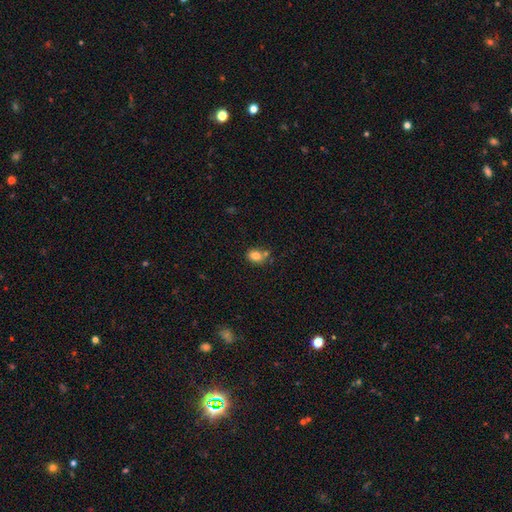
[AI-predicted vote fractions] This is clearly a smooth galaxy (82%). How rounded: likely in between (62%). Merging: possibly none (60%).